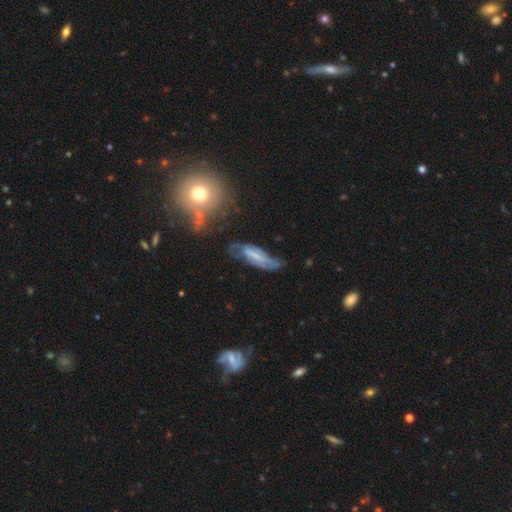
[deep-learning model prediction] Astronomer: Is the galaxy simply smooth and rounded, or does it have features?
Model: featured or disk — 62%.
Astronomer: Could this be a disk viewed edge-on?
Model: no — 79%.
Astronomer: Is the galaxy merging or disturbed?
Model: none — 50% (runner-up: minor disturbance, 28%).